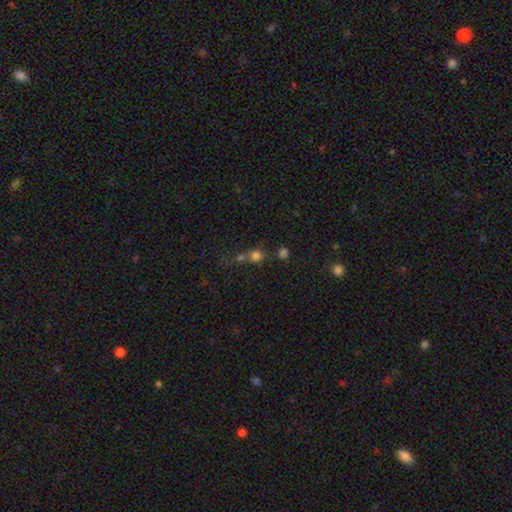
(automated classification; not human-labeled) This appears to be a smooth galaxy with no disk features (73%) that is round (87%). Merging: none (49%).